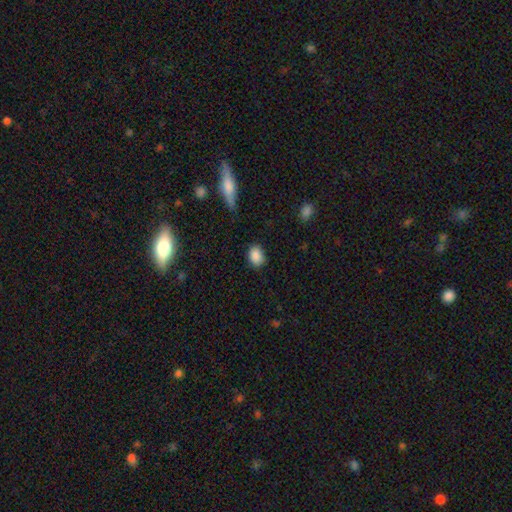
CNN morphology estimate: smooth_or_featured: smooth (p=0.88) [alt: star or artifact p=0.08]
how_rounded: in between (p=0.65) [alt: round p=0.34]
merging: none (p=0.82) [alt: minor disturbance p=0.13]